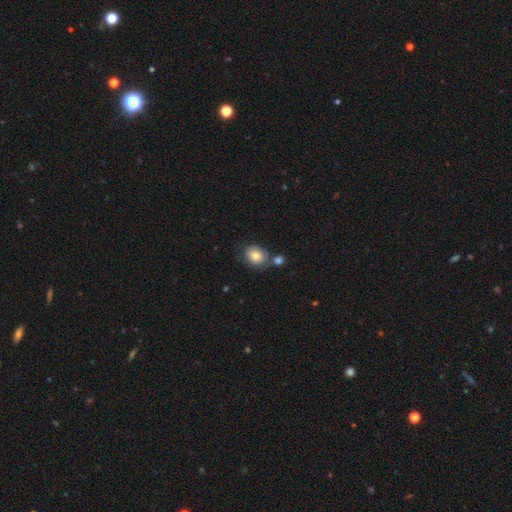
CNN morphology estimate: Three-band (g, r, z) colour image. It shows a smooth galaxy with no disk features (79%) that is round (51%). Merging: none (61%).